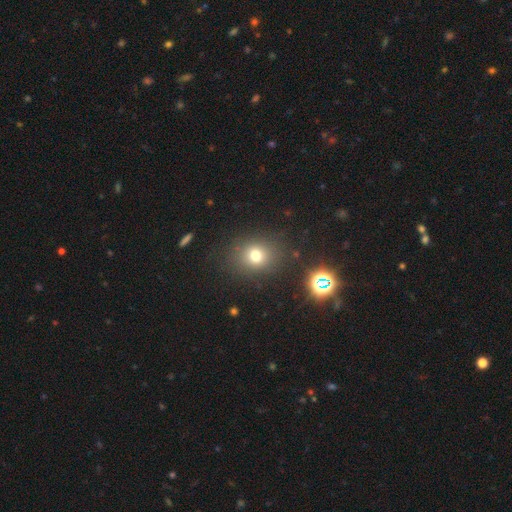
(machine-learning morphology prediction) This is likely a smooth galaxy (73%). How rounded: likely round (70%). Merging: clearly none (83%).